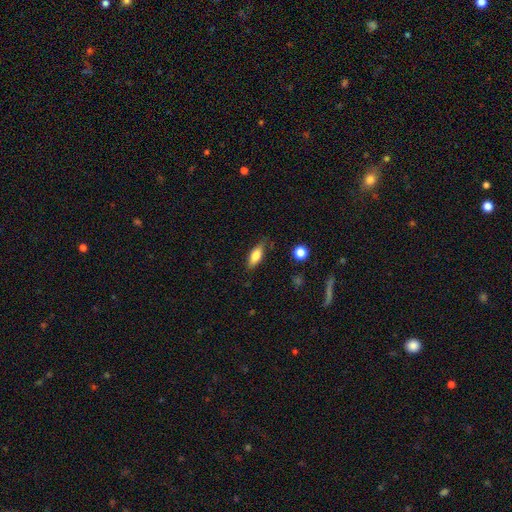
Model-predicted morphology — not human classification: A smooth galaxy with no disk features (75%) that is in between round and cigar-shaped (73%). Merging: none (77%).